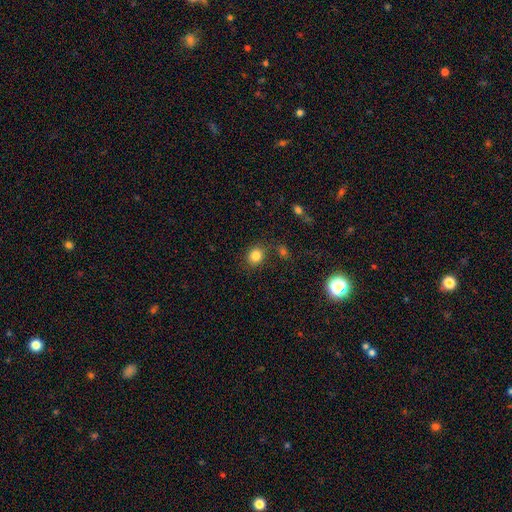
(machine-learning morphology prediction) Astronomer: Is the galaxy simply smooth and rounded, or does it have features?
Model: smooth — 83%.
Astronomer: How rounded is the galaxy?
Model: round — 70%.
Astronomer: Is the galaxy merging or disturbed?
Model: none — 80%.